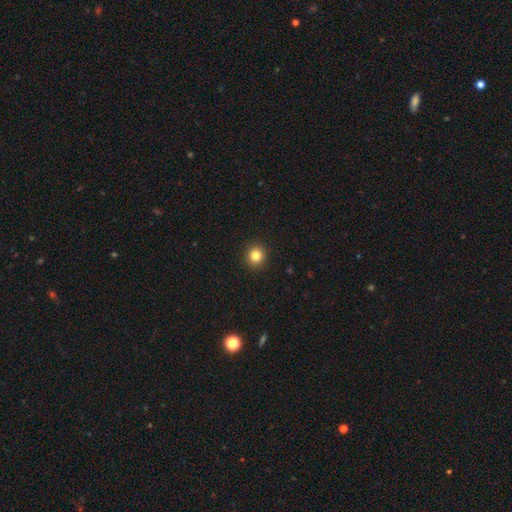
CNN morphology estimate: Smooth or featured? smooth (82%)
How rounded? round (89%)
Merging? none (93%)